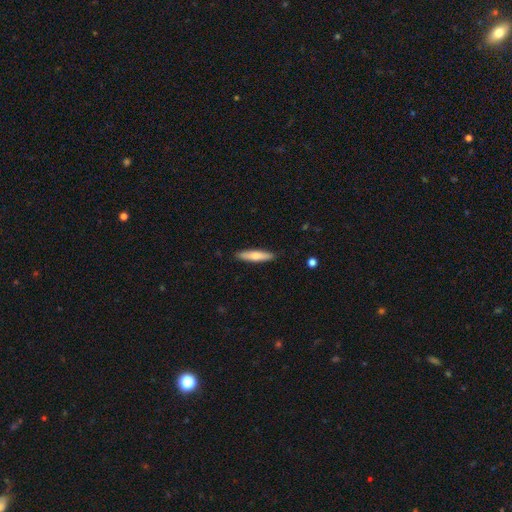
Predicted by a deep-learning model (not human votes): Smooth or featured? smooth (67%)
How rounded? cigar-shaped (83%)
Merging? none (90%)